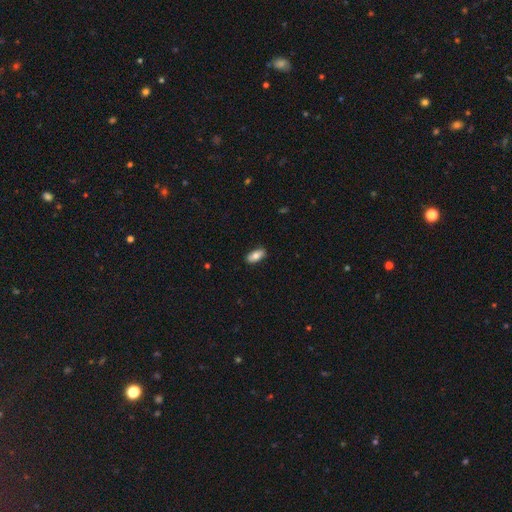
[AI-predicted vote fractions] A smooth galaxy with no disk features (77%) that is in between round and cigar-shaped (90%). Merging: none (86%).